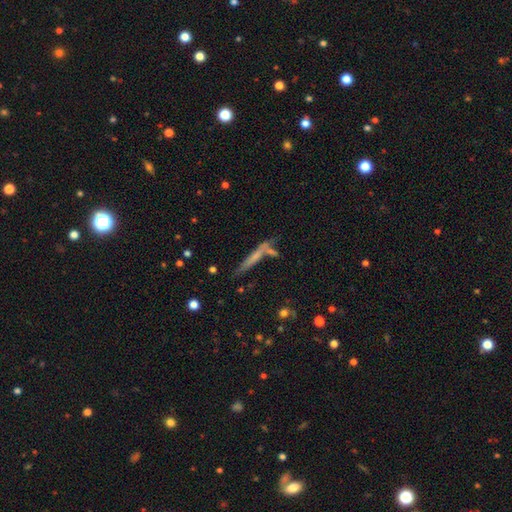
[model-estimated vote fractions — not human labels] Smooth or featured?
  - smooth: 50% *
  - featured or disk: 41%
  - star or artifact: 10%
Merging?
  - none: 67% *
  - minor disturbance: 15%
  - merger: 13%
  - major disturbance: 5%